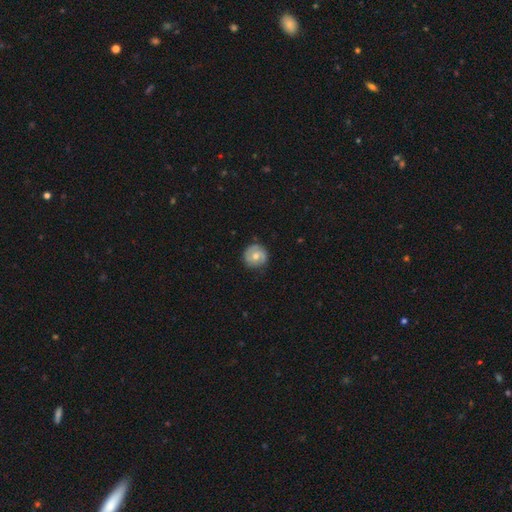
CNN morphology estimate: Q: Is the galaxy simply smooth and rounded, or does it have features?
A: smooth — 47%.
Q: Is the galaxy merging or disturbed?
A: none — 79%.